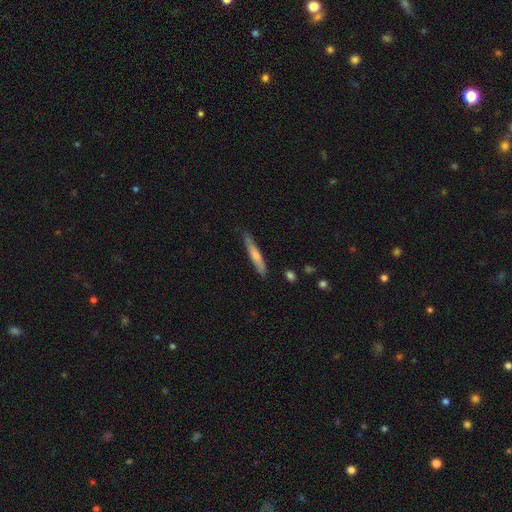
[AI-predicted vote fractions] smooth 60%, featured or disk 35%, star or artifact 5%. Down the decision tree: how rounded — cigar-shaped (91%); merging — none (79%).